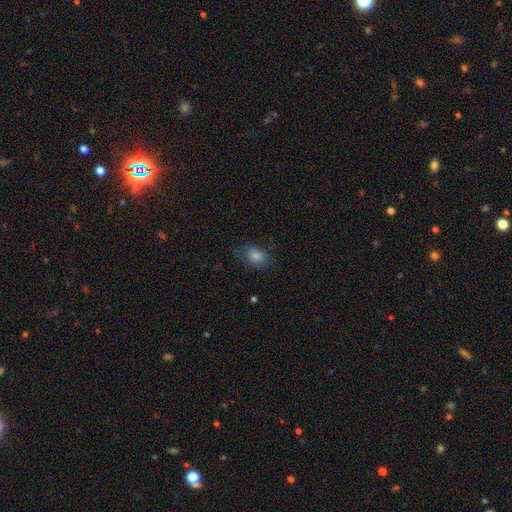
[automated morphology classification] type=smooth (73%); roundness=in between (63%); merging=none (74%).